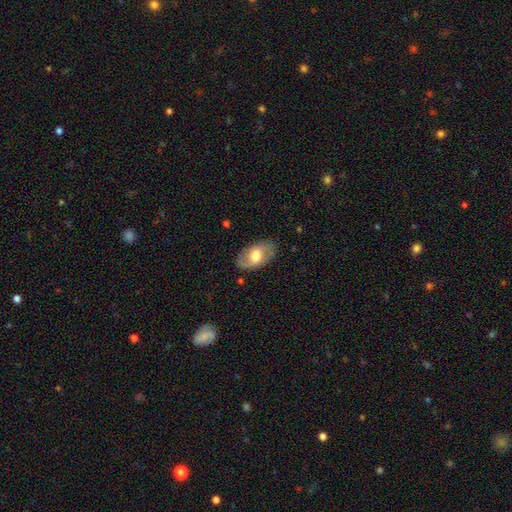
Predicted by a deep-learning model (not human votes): This is possibly a featured or disk galaxy (49%). Merging: clearly none (80%).